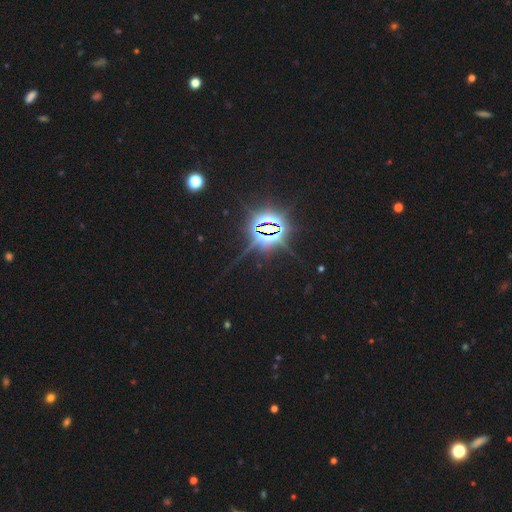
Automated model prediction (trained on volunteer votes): Smooth or featured? star or artifact (87%)